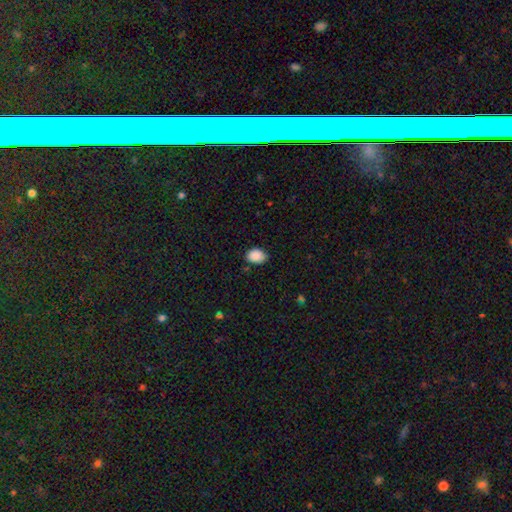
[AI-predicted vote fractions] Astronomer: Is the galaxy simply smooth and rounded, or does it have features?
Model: smooth — 89%.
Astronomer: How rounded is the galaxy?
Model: in between — 69%.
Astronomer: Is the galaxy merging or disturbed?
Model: none — 79%.